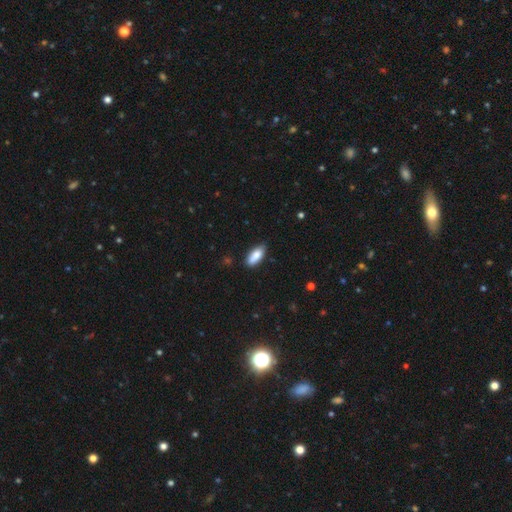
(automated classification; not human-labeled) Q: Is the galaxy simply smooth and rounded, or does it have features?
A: smooth — 84%.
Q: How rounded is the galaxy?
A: in between — 82%.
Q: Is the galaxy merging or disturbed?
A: none — 73%.